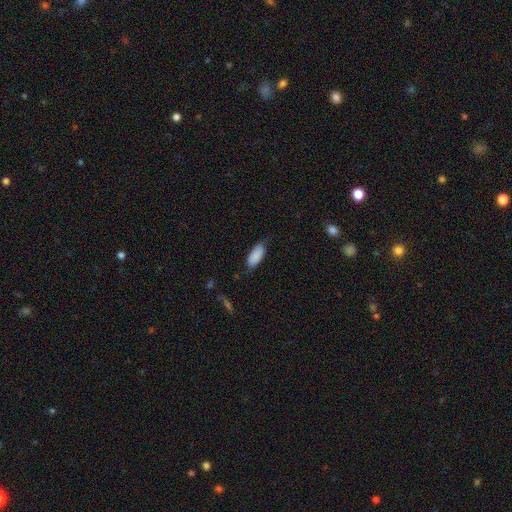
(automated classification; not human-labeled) smooth_or_featured: smooth (p=0.88) [alt: star or artifact p=0.06]
how_rounded: in between (p=0.86) [alt: cigar-shaped p=0.12]
merging: none (p=0.72) [alt: minor disturbance p=0.23]